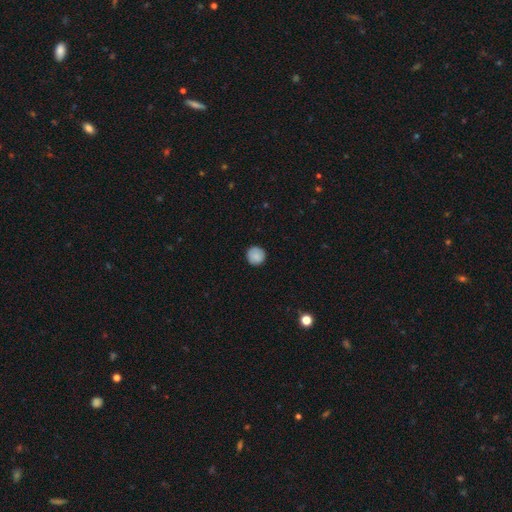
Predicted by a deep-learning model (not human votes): Overall: smooth (85%). How rounded: round (95%). Merging: none (89%).